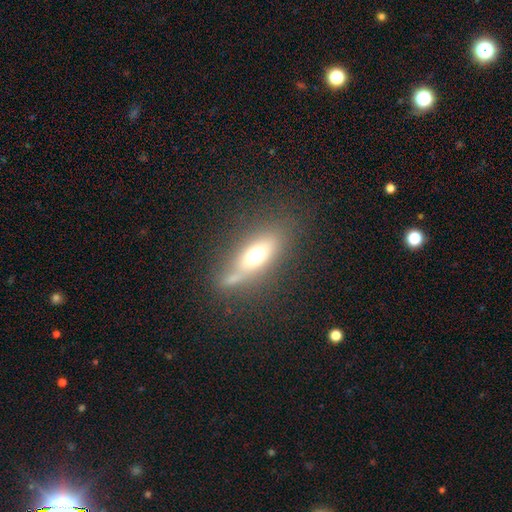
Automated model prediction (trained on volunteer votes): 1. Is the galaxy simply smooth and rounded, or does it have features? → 58% smooth, 31% featured or disk, 11% star or artifact.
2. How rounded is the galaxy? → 65% in between, 28% cigar-shaped, 7% round.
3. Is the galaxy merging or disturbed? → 61% none, 17% minor disturbance, 12% merger, 9% major disturbance.